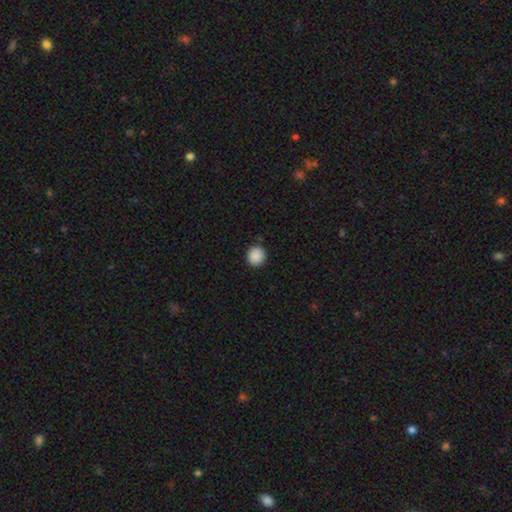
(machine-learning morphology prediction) Q: Smooth or featured?
A: smooth (88%); runner-up: star or artifact (9%)
Q: How rounded?
A: round (92%); runner-up: in between (7%)
Q: Merging?
A: none (89%); runner-up: minor disturbance (8%)